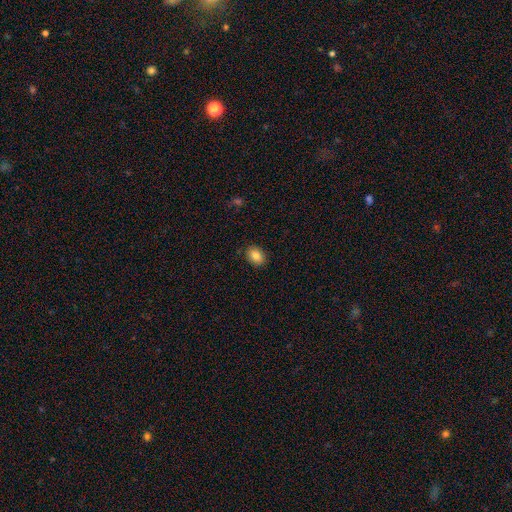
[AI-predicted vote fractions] Morphology: type=smooth (85%); roundness=in between (75%); merging=none (88%).